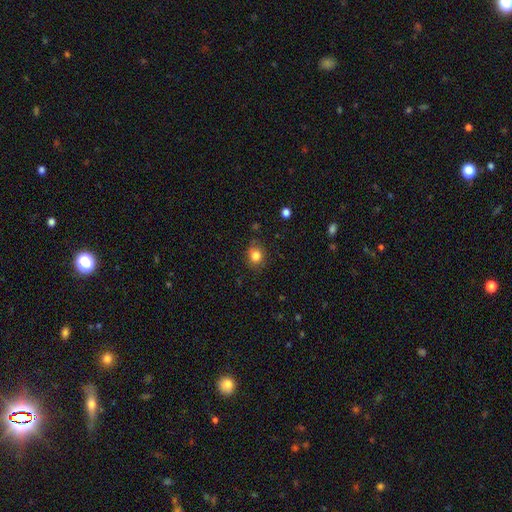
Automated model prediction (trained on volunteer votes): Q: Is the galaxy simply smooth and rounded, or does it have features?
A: smooth — 83%.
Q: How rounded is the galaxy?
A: round — 62%.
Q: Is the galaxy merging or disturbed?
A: none — 76%.